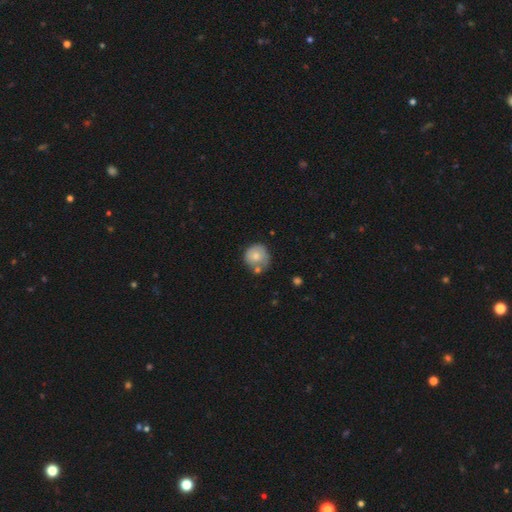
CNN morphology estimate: This appears to be a smooth galaxy with no disk features (72%) that is round (88%). Merging: none (55%).